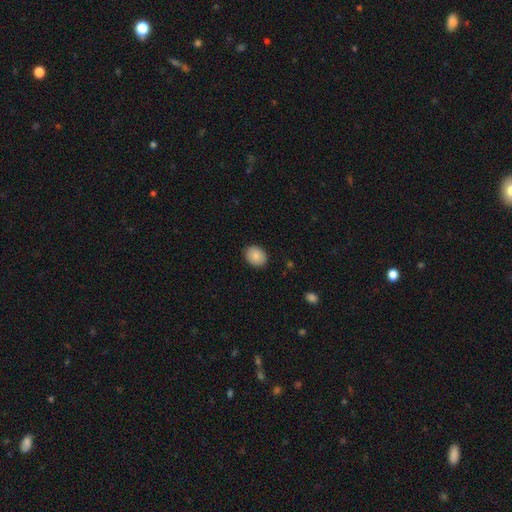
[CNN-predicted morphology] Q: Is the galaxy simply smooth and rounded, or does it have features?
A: smooth — 87%.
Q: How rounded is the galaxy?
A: in between — 51%.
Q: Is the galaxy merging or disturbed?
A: none — 89%.